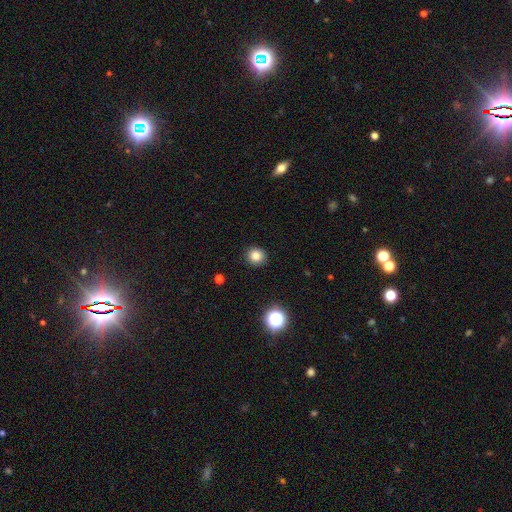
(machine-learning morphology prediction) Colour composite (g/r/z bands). It shows a smooth galaxy with no disk features (82%) that is round (92%). Merging: none (92%).